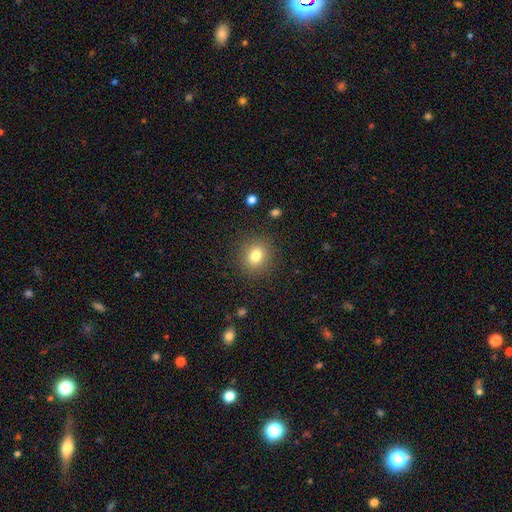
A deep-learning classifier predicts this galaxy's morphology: Q: Smooth or featured?
A: smooth (79%); runner-up: star or artifact (12%)
Q: How rounded?
A: round (79%); runner-up: in between (20%)
Q: Merging?
A: none (88%); runner-up: minor disturbance (8%)